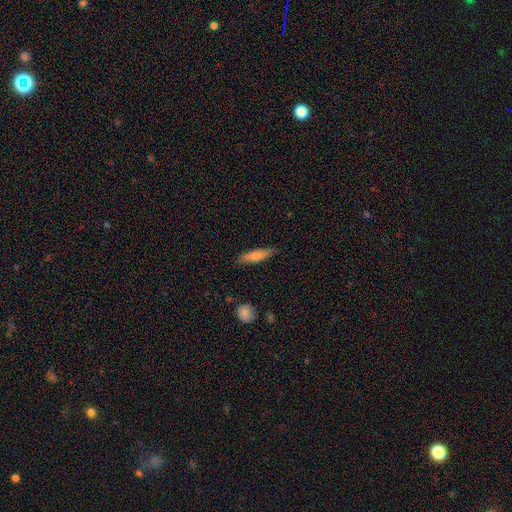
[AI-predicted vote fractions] The model was most divided on "how rounded": cigar-shaped: 71%, in between: 27%, round: 2%. More confident: merging — none (83%); smooth or featured — smooth (73%).